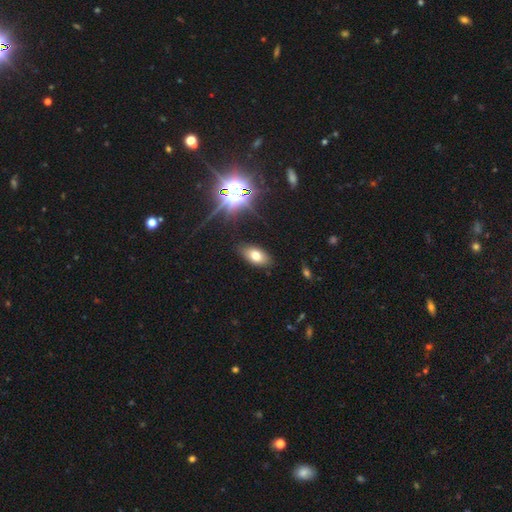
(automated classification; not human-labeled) This is likely a smooth galaxy (70%). How rounded: clearly in between (91%). Merging: clearly none (87%).